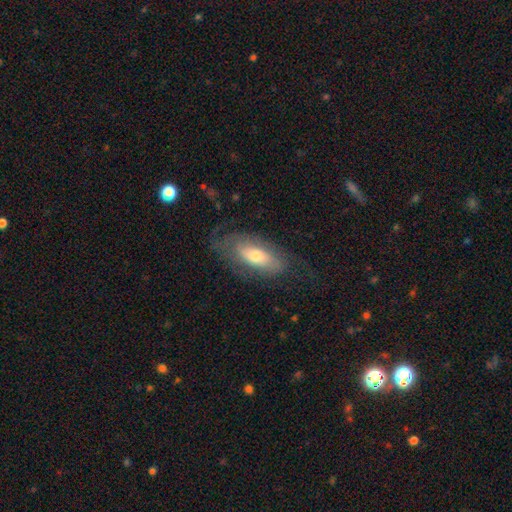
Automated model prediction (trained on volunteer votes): Smooth or featured? featured or disk (50%)
Edge-on disk? no (82%)
Merging? none (62%)